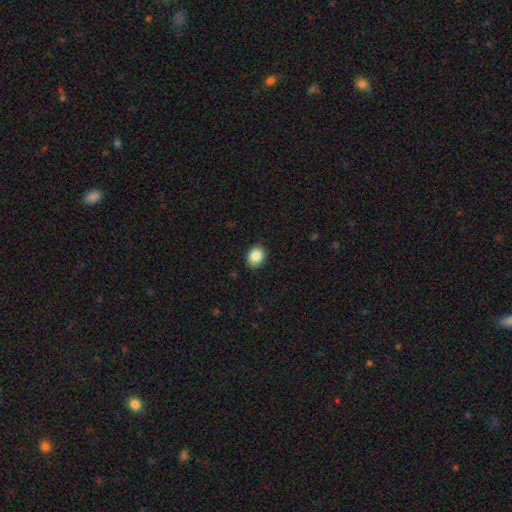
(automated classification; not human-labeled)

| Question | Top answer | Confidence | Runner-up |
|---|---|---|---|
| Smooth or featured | smooth | 86% | star or artifact (8%) |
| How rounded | in between | 50% | round (49%) |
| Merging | none | 89% | minor disturbance (8%) |